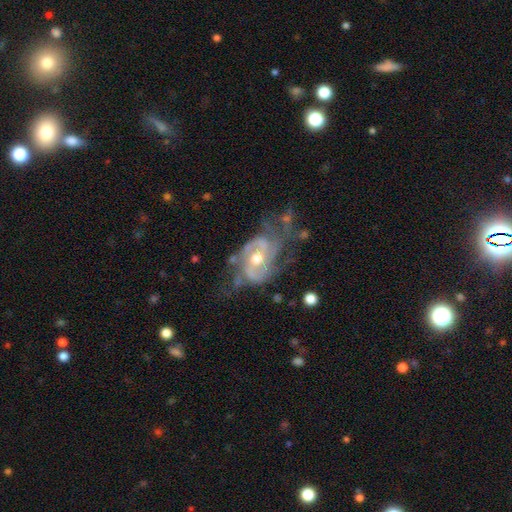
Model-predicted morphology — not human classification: This appears to be a featured or disk galaxy (83%) with no bar (60%), 2 (39%) tight (48%) spiral arms (91%) and a moderate central bulge (55%). Merging: none (56%).